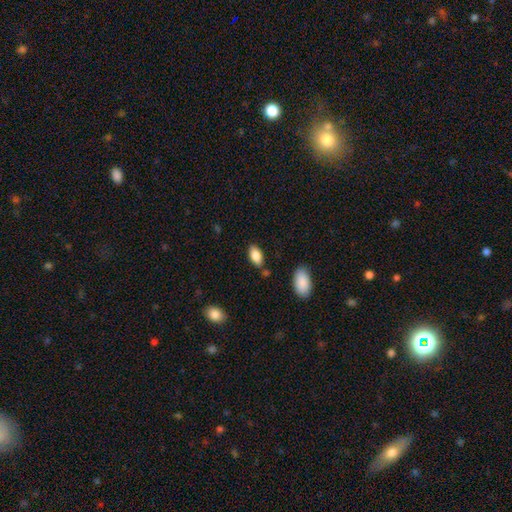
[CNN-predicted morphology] The model was most divided on "merging": none: 81%, minor disturbance: 12%, merger: 4%, major disturbance: 3%. More confident: how rounded — in between (92%); smooth or featured — smooth (84%).